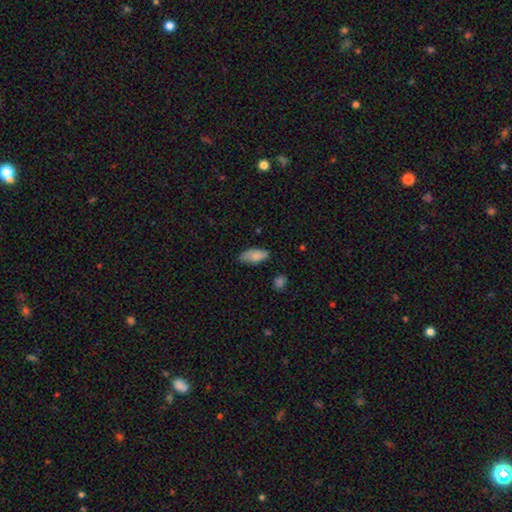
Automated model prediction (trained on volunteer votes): A smooth galaxy with no disk features (83%) that is in between round and cigar-shaped (88%). Merging: none (69%).